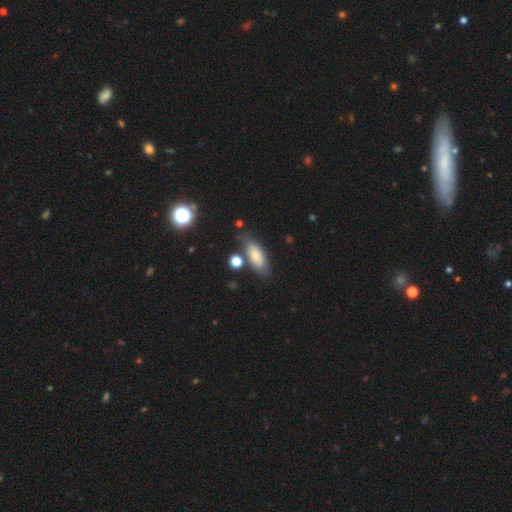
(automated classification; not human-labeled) Smooth or featured? Predicted: smooth (p=0.78). How rounded? Predicted: in between (p=0.77). Merging? Predicted: none (p=0.72).